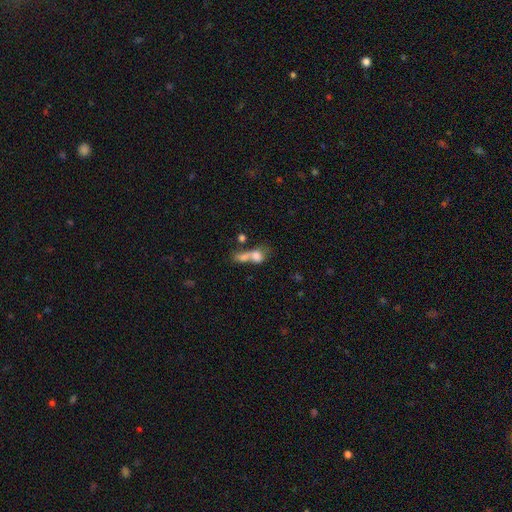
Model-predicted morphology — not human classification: smooth_or_featured: smooth (p=0.70) [alt: featured or disk p=0.19]
how_rounded: in between (p=0.56) [alt: round p=0.37]
merging: merger (p=0.68) [alt: none p=0.15]